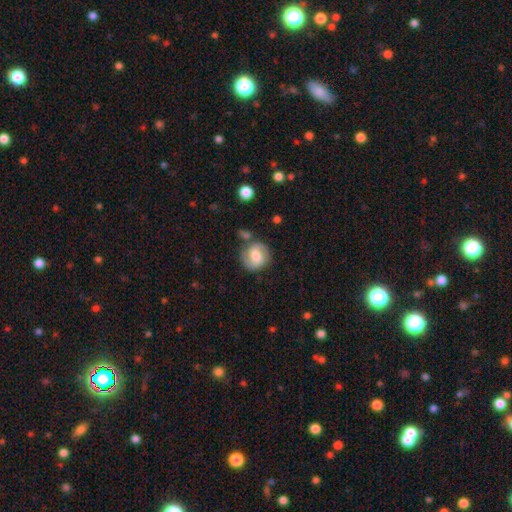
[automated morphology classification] A smooth galaxy with no disk features (48%).

Vote fractions:
- Smooth or featured? smooth: 48% / featured or disk: 44% / star or artifact: 8%
- Merging? none: 70% / minor disturbance: 16% / merger: 8% / major disturbance: 6%